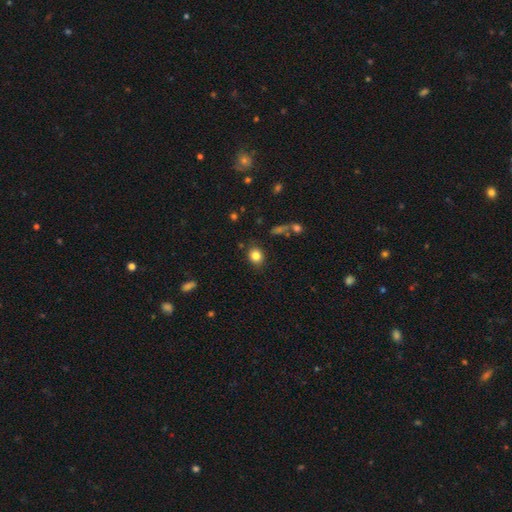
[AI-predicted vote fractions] This is clearly a smooth galaxy (83%). How rounded: likely round (69%). Merging: clearly none (85%).